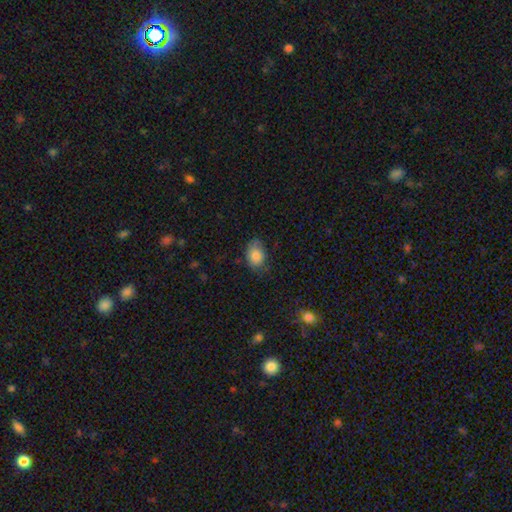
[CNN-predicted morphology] Q: Smooth or featured?
A: smooth (84%); runner-up: star or artifact (8%)
Q: How rounded?
A: in between (73%); runner-up: round (25%)
Q: Merging?
A: none (66%); runner-up: minor disturbance (26%)